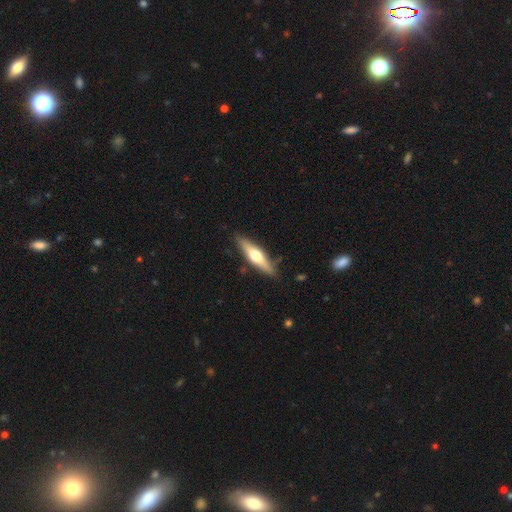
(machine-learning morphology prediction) smooth-or-featured: featured or disk: 54% | smooth: 41% | star or artifact: 5%
  disk-edge-on: yes: 92% | no: 8%
    edge-on-bulge: rounded: 93% | none: 4% | boxy: 3%
  merging: none: 85% | minor disturbance: 11% | major disturbance: 2% | merger: 2%